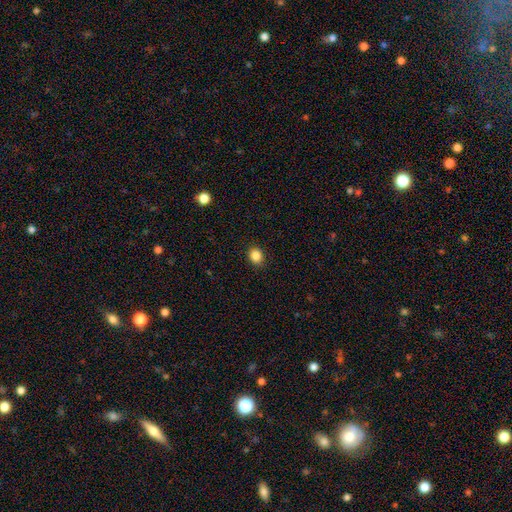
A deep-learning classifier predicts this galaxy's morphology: Smooth or featured: smooth — 86% (star or artifact — 11%)
How rounded: round — 70% (in between — 29%)
Merging: none — 89% (minor disturbance — 8%)